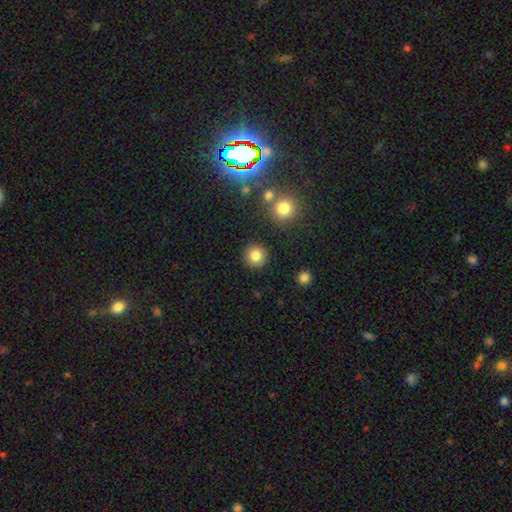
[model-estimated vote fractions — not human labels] This is clearly a smooth galaxy (83%). How rounded: clearly round (94%). Merging: clearly none (90%).